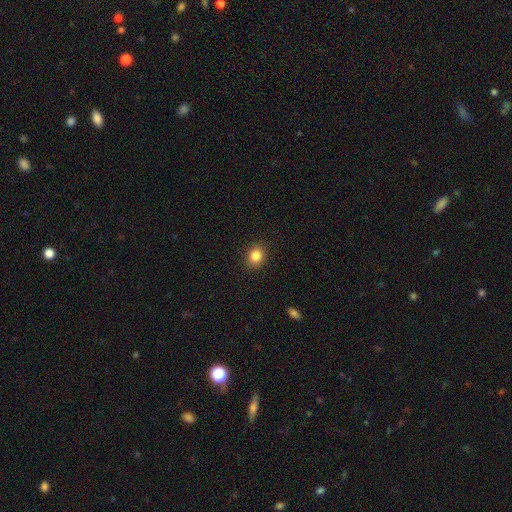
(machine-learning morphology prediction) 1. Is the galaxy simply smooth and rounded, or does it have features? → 85% smooth, 10% star or artifact, 5% featured or disk.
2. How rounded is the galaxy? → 63% round, 36% in between, 1% cigar-shaped.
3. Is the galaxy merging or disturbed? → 89% none, 8% minor disturbance, 2% major disturbance, 1% merger.